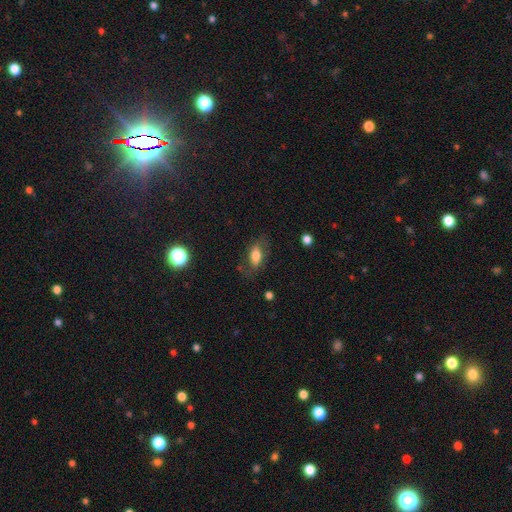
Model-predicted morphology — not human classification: smooth-or-featured: smooth: 65% | featured or disk: 26% | star or artifact: 9%
  how-rounded: in between: 85% | round: 7% | cigar-shaped: 7%
  merging: none: 64% | minor disturbance: 21% | major disturbance: 12% | merger: 2%